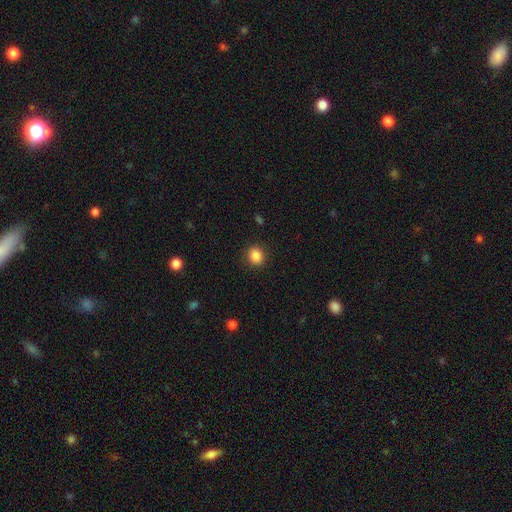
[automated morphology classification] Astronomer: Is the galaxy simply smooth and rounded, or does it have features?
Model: smooth — 87%.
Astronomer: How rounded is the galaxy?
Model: round — 66%.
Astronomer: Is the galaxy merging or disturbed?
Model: none — 88%.